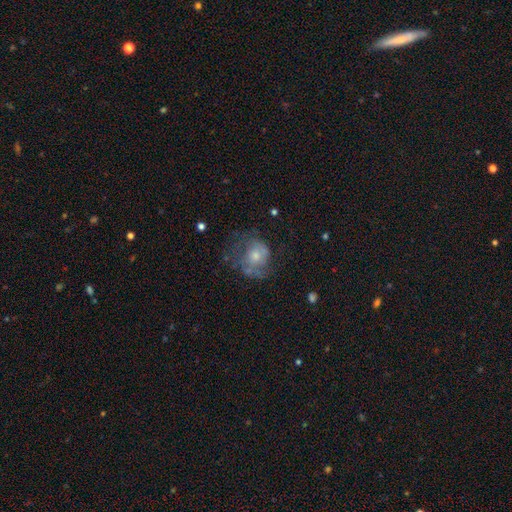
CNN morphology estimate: Overall: featured or disk (49%; smooth 41%). Merging: none (42%; major disturbance 30%).